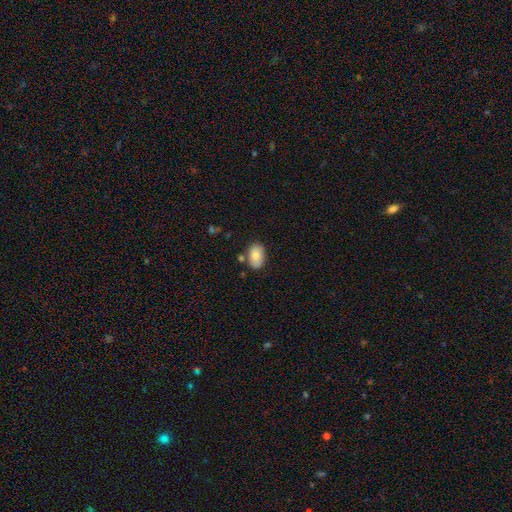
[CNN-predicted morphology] Overall: smooth (82%). How rounded: in between (91%). Merging: none (75%).